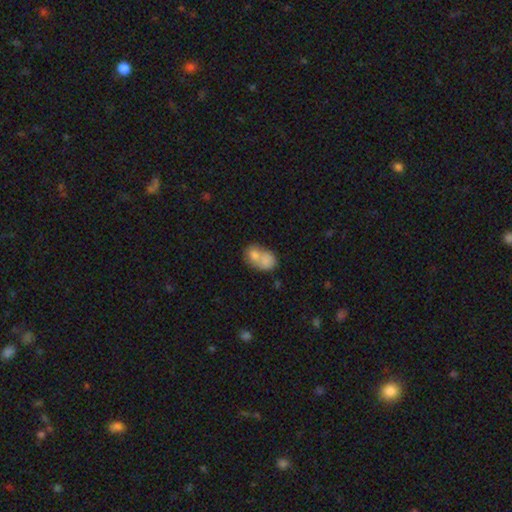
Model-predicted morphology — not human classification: smooth_or_featured: smooth (p=0.75) [alt: featured or disk p=0.17]
how_rounded: in between (p=0.64) [alt: round p=0.35]
merging: merger (p=0.68) [alt: none p=0.20]